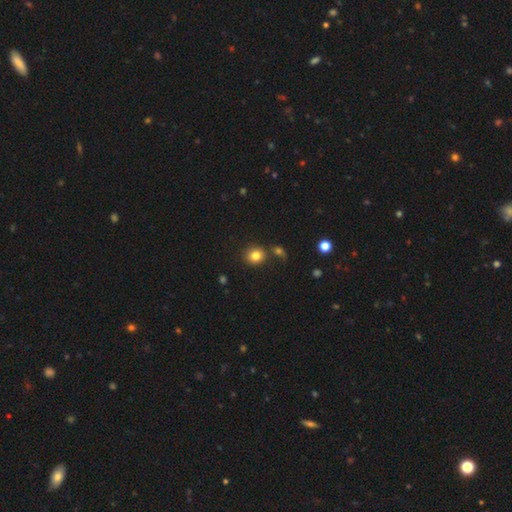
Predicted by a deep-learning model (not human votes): smooth 81%, star or artifact 12%, featured or disk 7%. Down the decision tree: how rounded — round (80%); merging — none (76%).